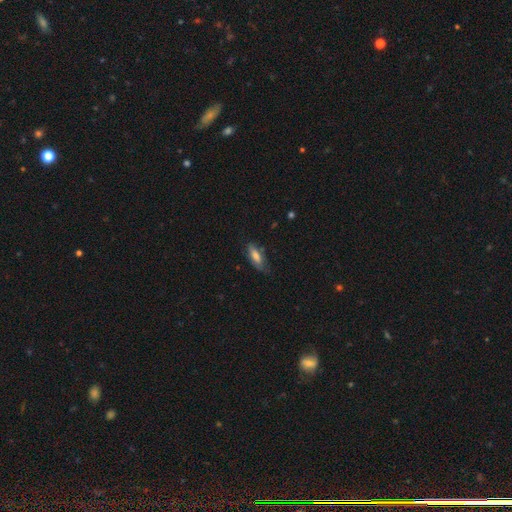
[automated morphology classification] A smooth galaxy with no disk features (68%) that is in between round and cigar-shaped (62%). Merging: none (65%).